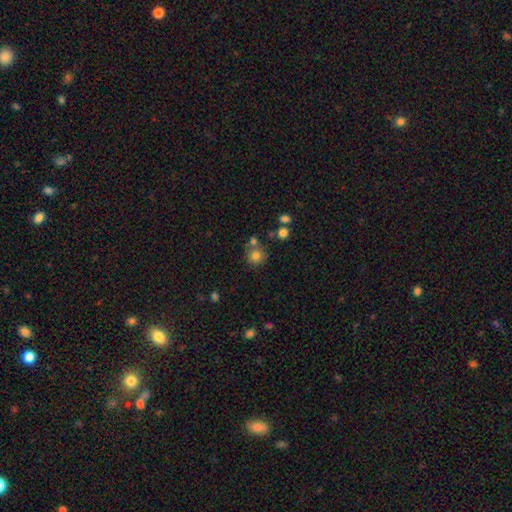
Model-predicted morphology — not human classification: Smooth or featured?
  - smooth: 78% *
  - star or artifact: 13%
  - featured or disk: 9%
How rounded?
  - round: 88% *
  - in between: 11%
  - cigar-shaped: 1%
Merging?
  - none: 64% *
  - merger: 19%
  - minor disturbance: 12%
  - major disturbance: 4%